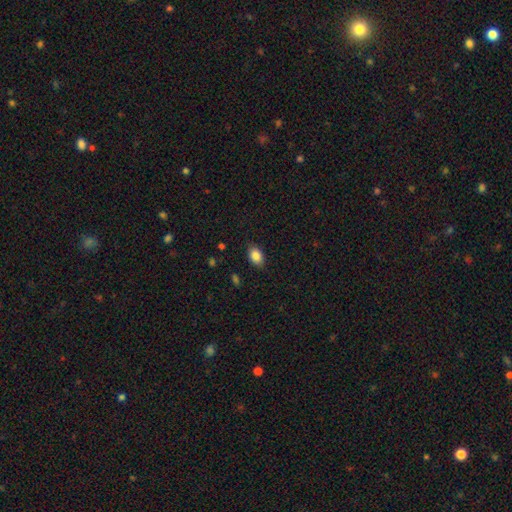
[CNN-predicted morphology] Smooth or featured?
  - smooth: 87% *
  - star or artifact: 8%
  - featured or disk: 5%
How rounded?
  - in between: 84% *
  - round: 14%
  - cigar-shaped: 1%
Merging?
  - none: 85% *
  - minor disturbance: 12%
  - major disturbance: 3%
  - merger: 1%